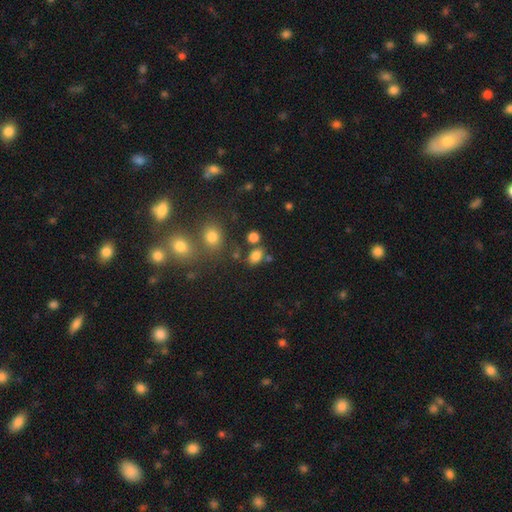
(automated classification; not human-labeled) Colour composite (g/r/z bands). It shows a smooth galaxy with no disk features (79%) that is in between round and cigar-shaped (78%). Merging: none (69%).